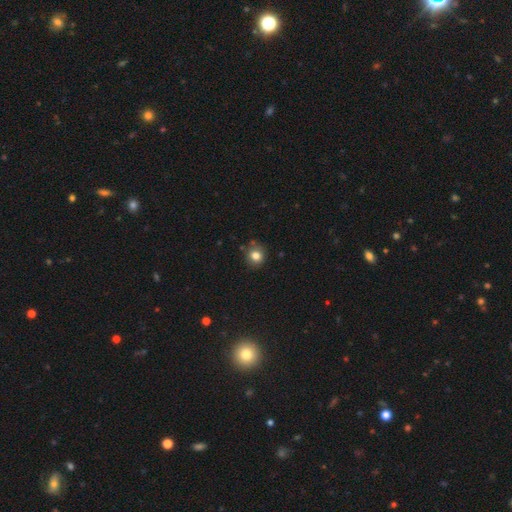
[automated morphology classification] smooth 81%, star or artifact 12%, featured or disk 7%. Down the decision tree: how rounded — round (85%); merging — none (82%).